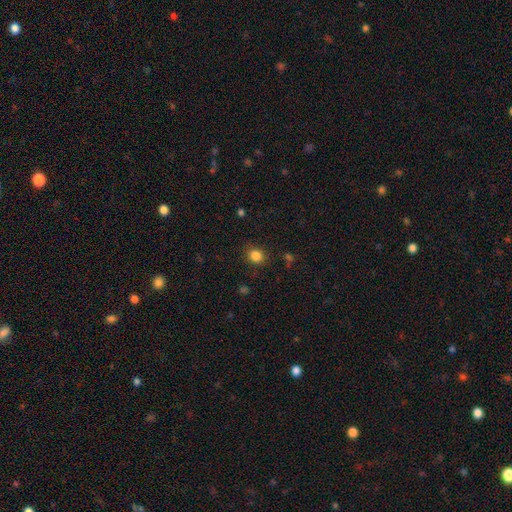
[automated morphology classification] Overall: smooth (84%). How rounded: round (68%; in between 31%). Merging: none (86%).